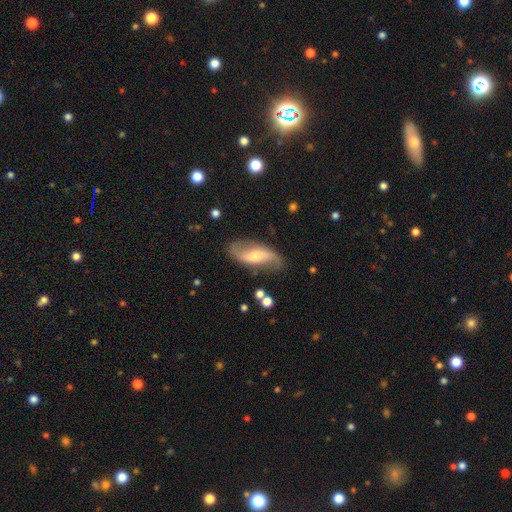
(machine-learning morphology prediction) A featured or disk galaxy (72%) with a weak bar (38%), 2 (90%) loose (75%) spiral arms (90%) and a small central bulge (47%). Merging: none (74%).